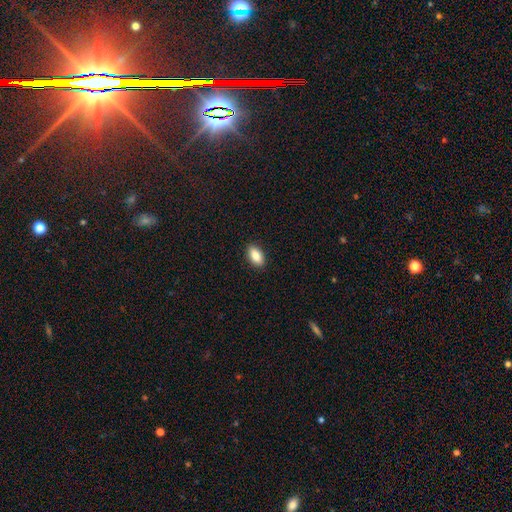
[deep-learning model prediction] Smooth or featured: smooth — 86% (featured or disk — 7%)
How rounded: in between — 91% (cigar-shaped — 5%)
Merging: none — 91% (minor disturbance — 7%)